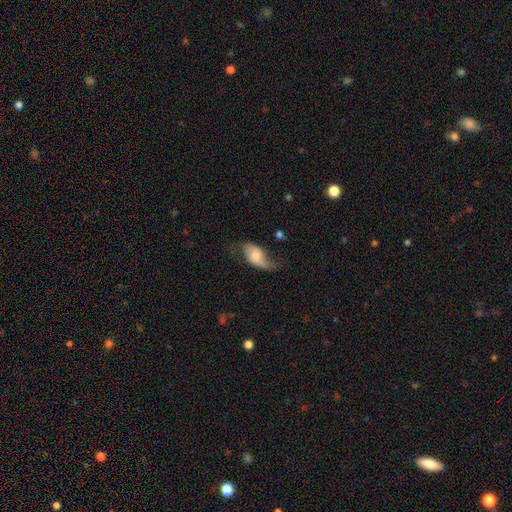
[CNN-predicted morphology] Smooth or featured: featured or disk — 58% (smooth — 34%)
Edge-on disk: no — 93% (yes — 7%)
Bar: no — 63% (weak — 29%)
Spiral arms: yes — 87% (no — 13%)
Bulge size: moderate — 48% (small — 34%)
Merging: none — 50% (minor disturbance — 29%)